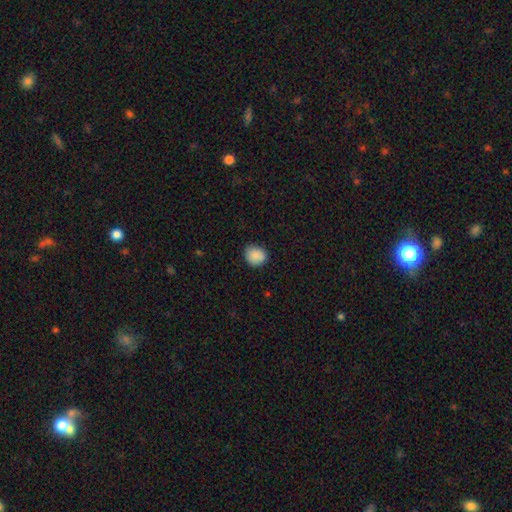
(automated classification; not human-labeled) A smooth galaxy with no disk features (88%) that is round (80%).

Vote fractions:
- Smooth or featured? smooth: 88% / star or artifact: 8% / featured or disk: 4%
- How rounded? round: 80% / in between: 19% / cigar-shaped: 1%
- Merging? none: 86% / minor disturbance: 11% / major disturbance: 2% / merger: 1%